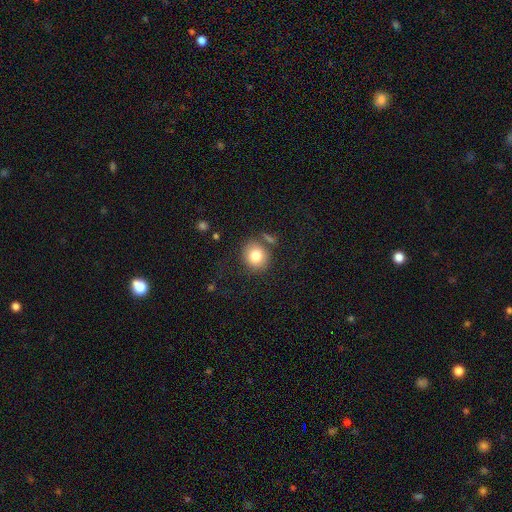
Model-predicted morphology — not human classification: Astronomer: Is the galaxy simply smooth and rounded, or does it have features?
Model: smooth — 80%.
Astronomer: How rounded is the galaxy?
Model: round — 82%.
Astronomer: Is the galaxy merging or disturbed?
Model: none — 76%.